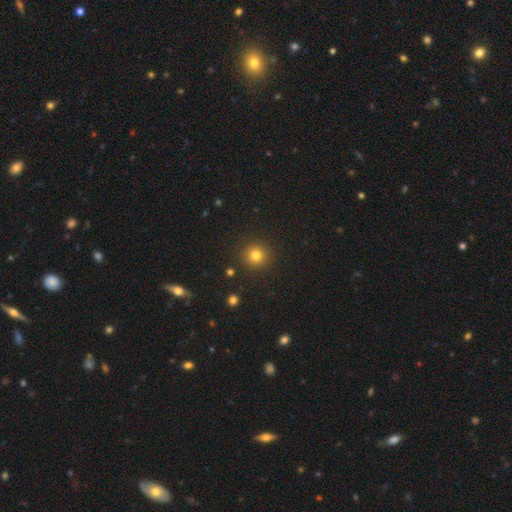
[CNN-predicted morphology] Q: Smooth or featured?
A: smooth (80%); runner-up: star or artifact (14%)
Q: How rounded?
A: round (94%); runner-up: in between (5%)
Q: Merging?
A: none (91%); runner-up: minor disturbance (6%)